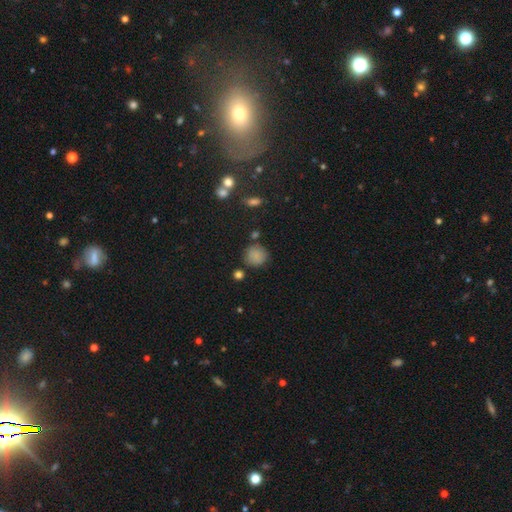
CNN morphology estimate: Smooth or featured?
  - smooth: 83% *
  - star or artifact: 11%
  - featured or disk: 6%
How rounded?
  - round: 88% *
  - in between: 11%
  - cigar-shaped: 1%
Merging?
  - none: 76% *
  - minor disturbance: 14%
  - merger: 6%
  - major disturbance: 4%